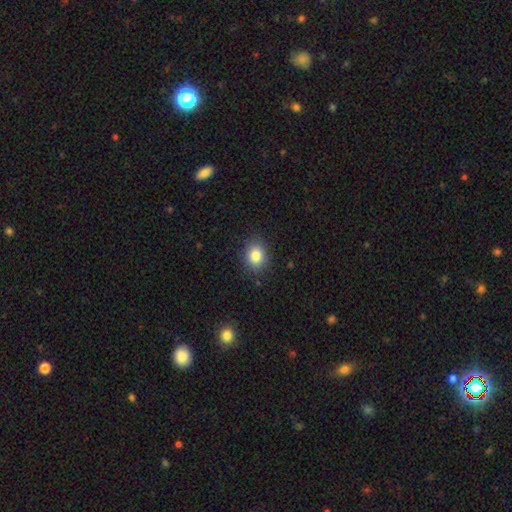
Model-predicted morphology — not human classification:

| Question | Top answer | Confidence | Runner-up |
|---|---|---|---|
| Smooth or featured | smooth | 84% | star or artifact (10%) |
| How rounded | in between | 50% | round (49%) |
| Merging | none | 87% | minor disturbance (9%) |